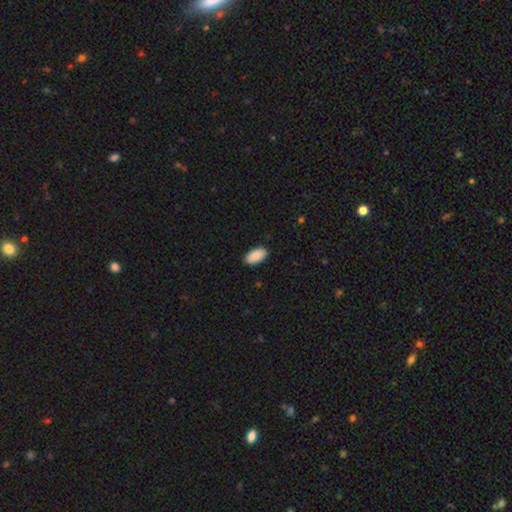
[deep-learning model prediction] smooth-or-featured: smooth: 91% | star or artifact: 6% | featured or disk: 3%
  how-rounded: in between: 95% | cigar-shaped: 2% | round: 2%
  merging: none: 88% | minor disturbance: 9% | major disturbance: 2% | merger: 1%